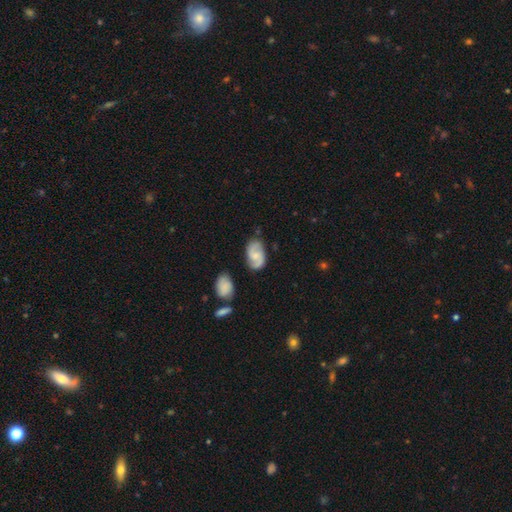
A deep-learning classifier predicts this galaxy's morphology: This appears to be a featured or disk galaxy (72%) with no bar (50%), 2 (91%) medium (49%) spiral arms (95%) and a small central bulge (41%). Merging: none (76%).